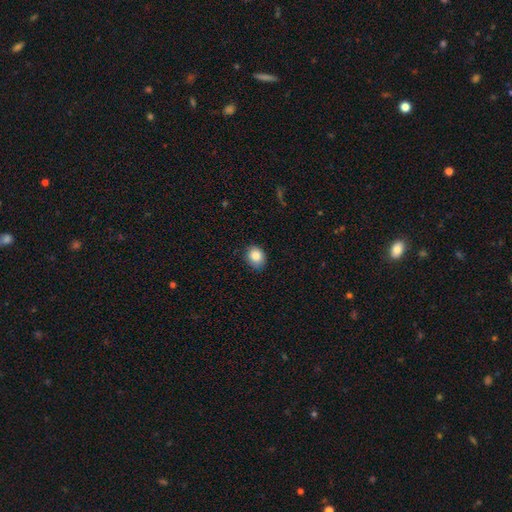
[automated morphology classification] This is clearly a smooth galaxy (85%). How rounded: possibly round (58%). Merging: clearly none (84%).